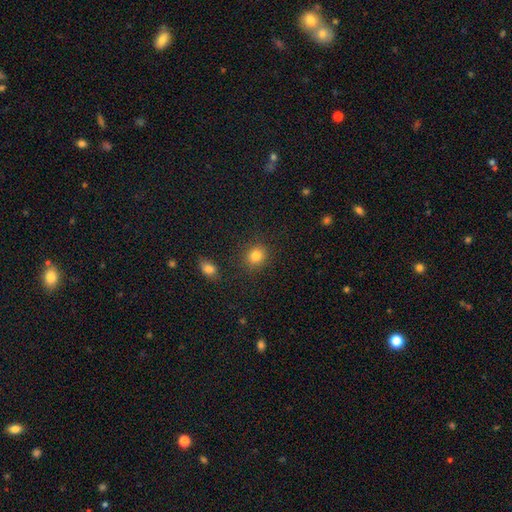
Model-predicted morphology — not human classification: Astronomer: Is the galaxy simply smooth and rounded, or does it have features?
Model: smooth — 83%.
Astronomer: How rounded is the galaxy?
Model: round — 74%.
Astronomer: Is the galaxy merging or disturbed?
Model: none — 85%.